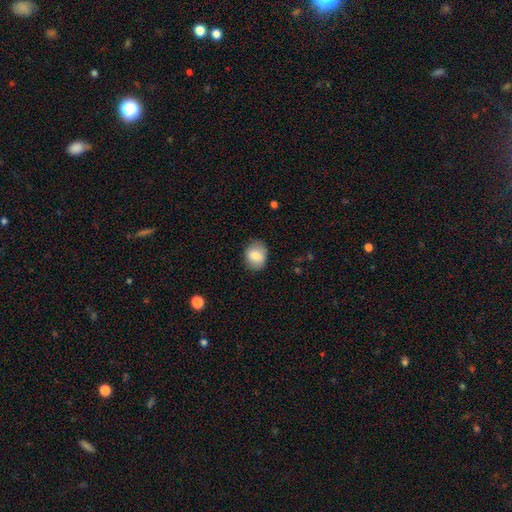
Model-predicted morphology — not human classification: Overall: smooth (79%). How rounded: round (50%; in between 49%). Merging: none (82%).